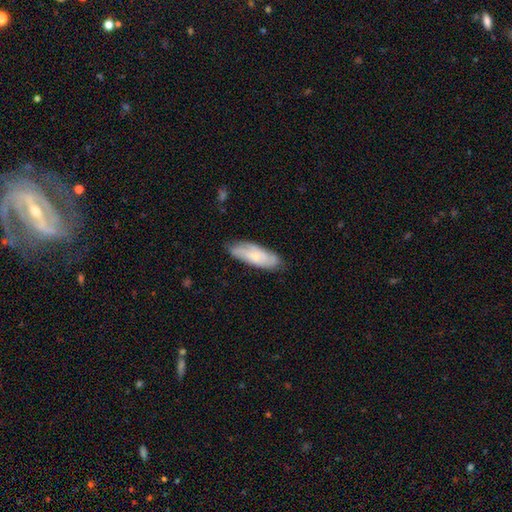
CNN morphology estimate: Smooth or featured?
  - smooth: 51% *
  - featured or disk: 42%
  - star or artifact: 7%
How rounded?
  - in between: 63% *
  - cigar-shaped: 35%
  - round: 2%
Merging?
  - none: 76% *
  - minor disturbance: 19%
  - major disturbance: 4%
  - merger: 1%